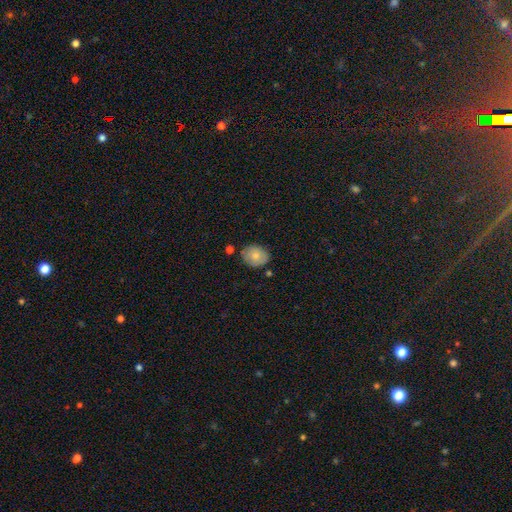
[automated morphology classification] The model was most divided on "how rounded": round: 52%, in between: 47%, cigar-shaped: 1%. More confident: merging — none (77%); smooth or featured — smooth (77%).